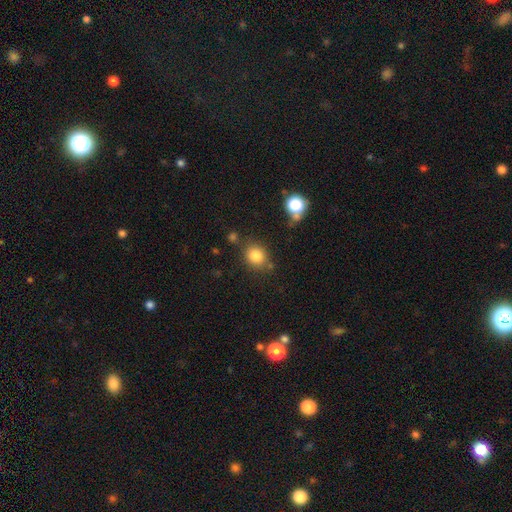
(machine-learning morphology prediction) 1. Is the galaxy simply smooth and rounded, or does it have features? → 83% smooth, 11% star or artifact, 7% featured or disk.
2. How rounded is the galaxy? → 69% round, 30% in between, 1% cigar-shaped.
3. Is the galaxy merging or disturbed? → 75% none, 13% minor disturbance, 8% merger, 4% major disturbance.